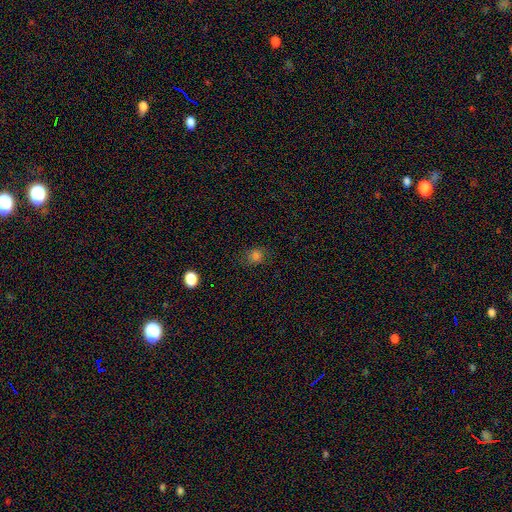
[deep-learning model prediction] This appears to be a smooth galaxy with no disk features (78%) that is round (68%). Merging: none (79%).